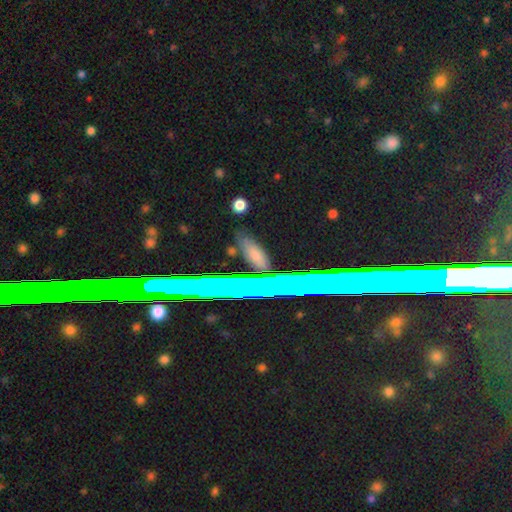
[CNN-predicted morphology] A smooth galaxy with no disk features (57%) that is in between round and cigar-shaped (59%). Merging: none (81%).